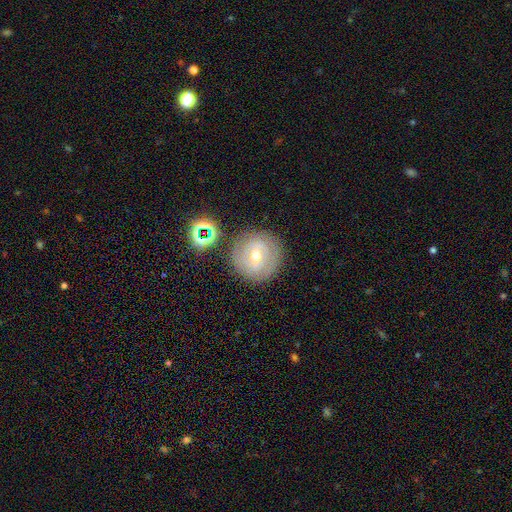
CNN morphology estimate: Smooth or featured? featured or disk (62%)
Edge-on disk? no (96%)
Bar? weak (48%)
Spiral arms? yes (77%)
Bulge size? moderate (49%)
Merging? none (82%)